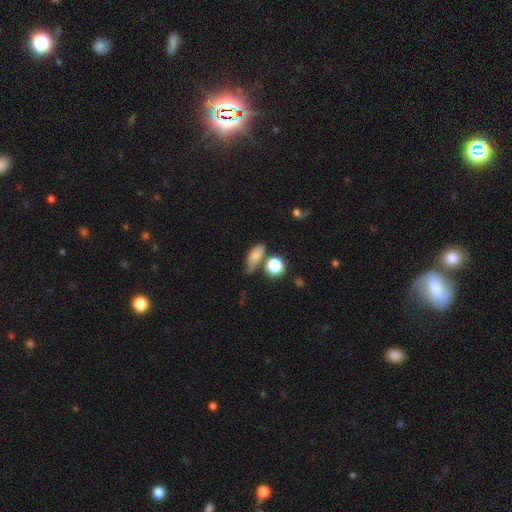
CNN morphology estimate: Q: Smooth or featured?
A: smooth (73%); runner-up: featured or disk (16%)
Q: How rounded?
A: in between (69%); runner-up: cigar-shaped (17%)
Q: Merging?
A: none (49%); runner-up: minor disturbance (27%)